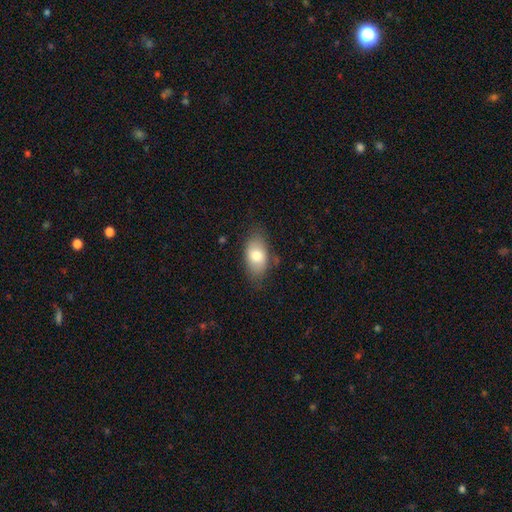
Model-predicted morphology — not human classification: Overall: smooth (77%). How rounded: in between (92%). Merging: none (75%).